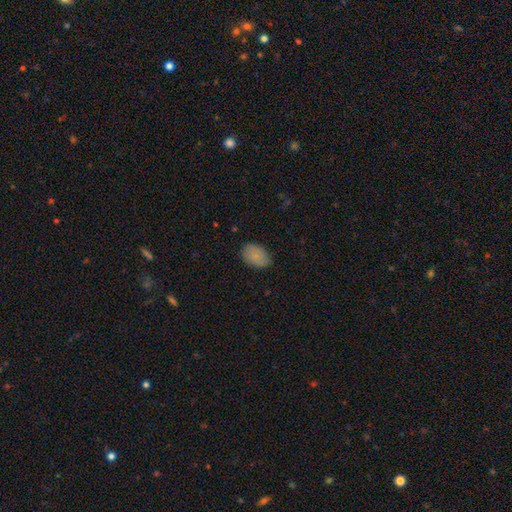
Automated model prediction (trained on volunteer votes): smooth 83%, featured or disk 9%, star or artifact 8%. Down the decision tree: how rounded — in between (84%); merging — none (80%).